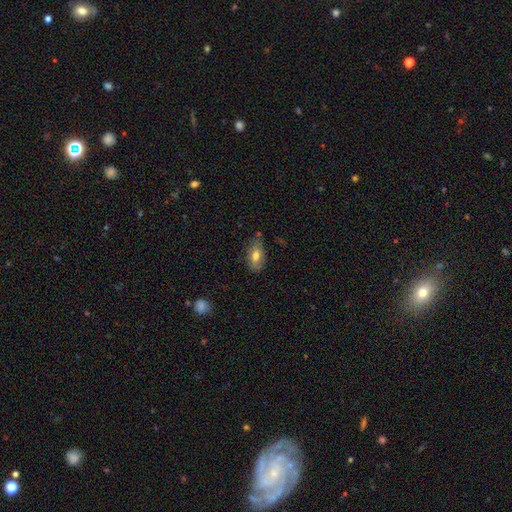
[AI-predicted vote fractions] Smooth or featured? Predicted: smooth (p=0.69). How rounded? Predicted: in between (p=0.90). Merging? Predicted: none (p=0.68).